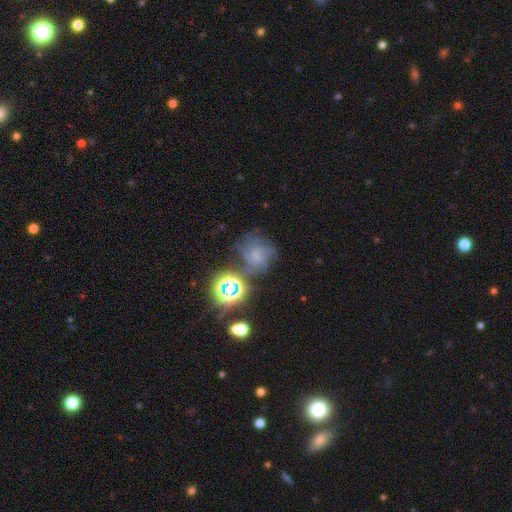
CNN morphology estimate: Smooth or featured: featured or disk — 42% (smooth — 31%)
Merging: none — 53% (minor disturbance — 21%)